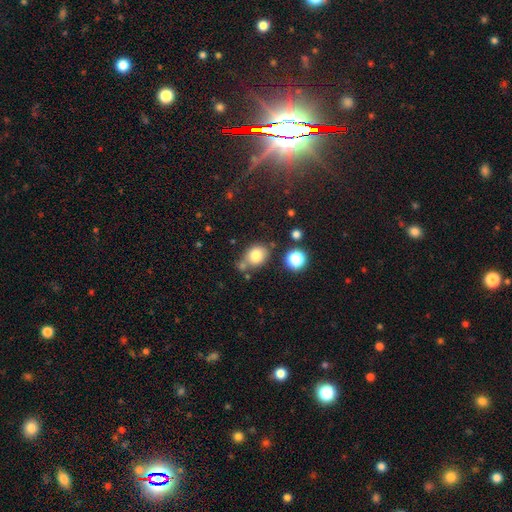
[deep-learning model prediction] smooth_or_featured: smooth (p=0.80) [alt: star or artifact p=0.12]
how_rounded: round (p=0.56) [alt: in between p=0.43]
merging: none (p=0.61) [alt: minor disturbance p=0.17]